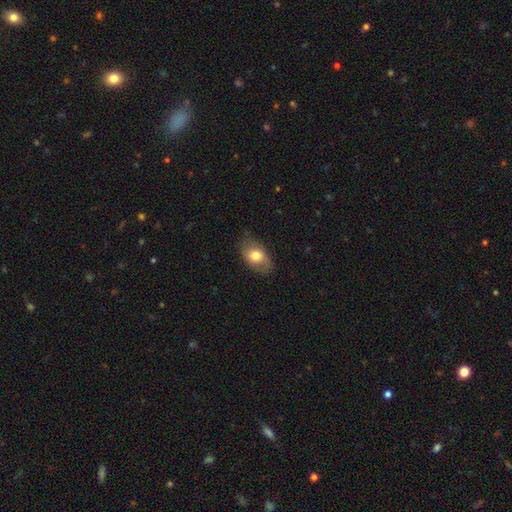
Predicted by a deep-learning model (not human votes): smooth 71%, featured or disk 22%, star or artifact 7%. Down the decision tree: how rounded — in between (88%); merging — none (77%).